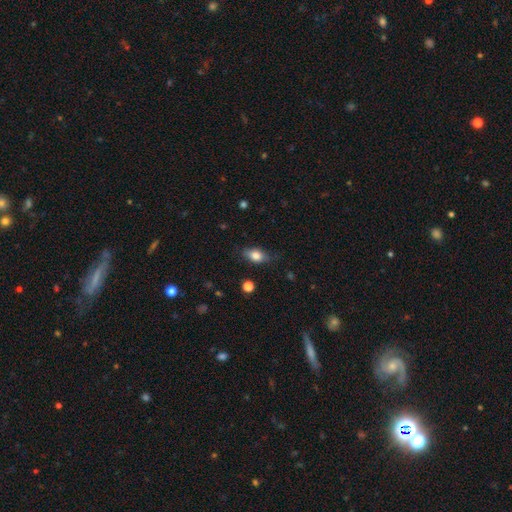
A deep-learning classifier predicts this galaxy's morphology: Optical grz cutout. It shows a smooth galaxy with no disk features (80%) that is in between round and cigar-shaped (82%). Merging: none (78%).